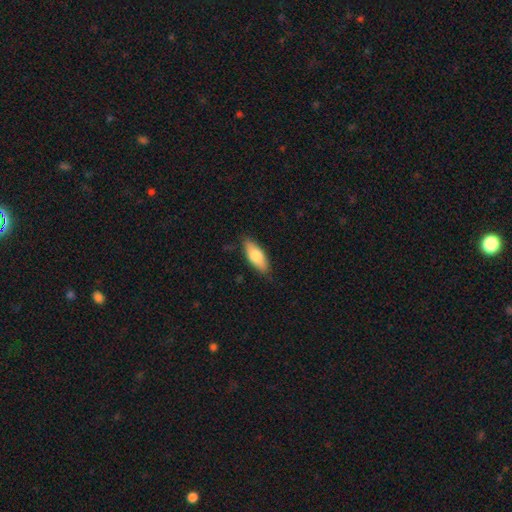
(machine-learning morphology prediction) smooth-or-featured: smooth: 74% | featured or disk: 20% | star or artifact: 6%
  how-rounded: in between: 75% | cigar-shaped: 23% | round: 2%
  merging: none: 84% | minor disturbance: 12% | major disturbance: 2% | merger: 1%